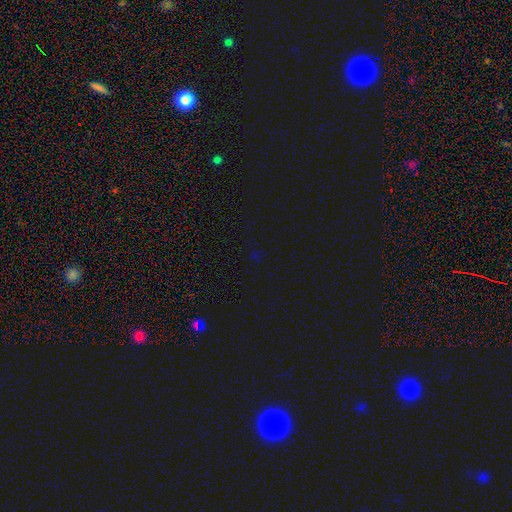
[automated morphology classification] This is likely a star or artifact rather than a galaxy (71%).